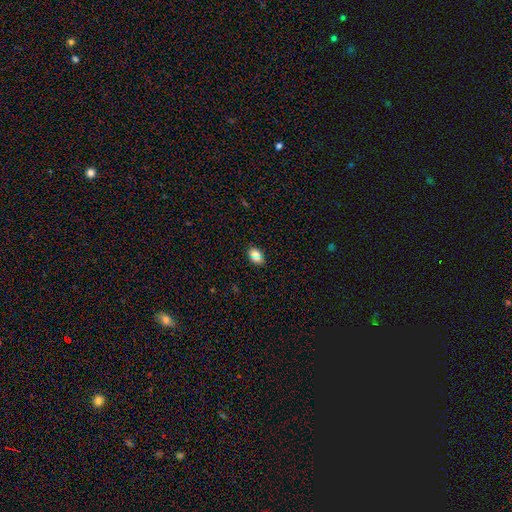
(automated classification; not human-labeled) This appears to be a smooth galaxy with no disk features (82%) that is in between round and cigar-shaped (85%). Merging: none (83%).